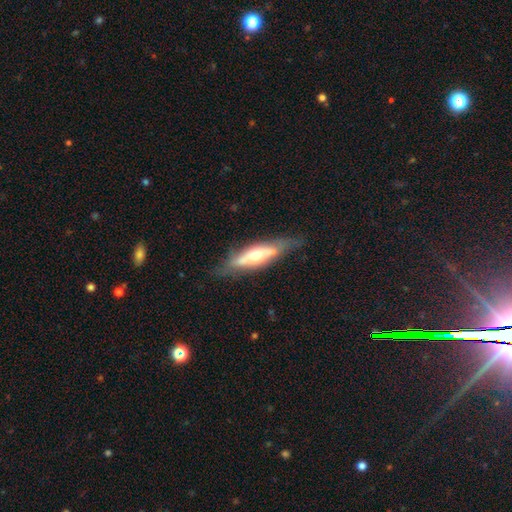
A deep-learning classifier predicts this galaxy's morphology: A featured or disk galaxy (59%) viewed edge-on (72%).

Vote fractions:
- Smooth or featured? featured or disk: 59% / smooth: 35% / star or artifact: 5%
- Edge-on disk? yes: 72% / no: 28%
- Merging? none: 68% / minor disturbance: 22% / major disturbance: 8% / merger: 2%